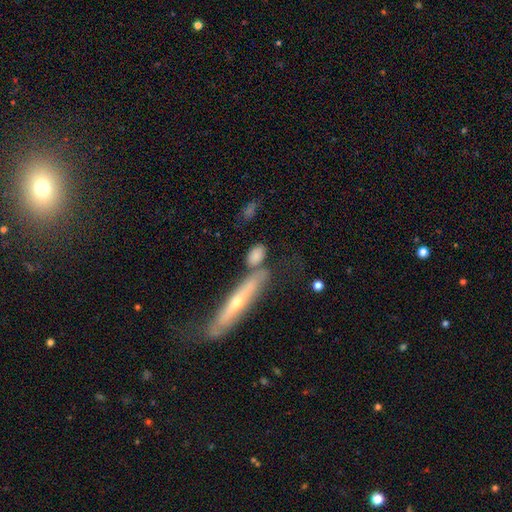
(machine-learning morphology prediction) Smooth or featured?
  - smooth: 75% *
  - featured or disk: 17%
  - star or artifact: 8%
How rounded?
  - in between: 73% *
  - cigar-shaped: 16%
  - round: 11%
Merging?
  - none: 56% *
  - merger: 24%
  - minor disturbance: 15%
  - major disturbance: 6%